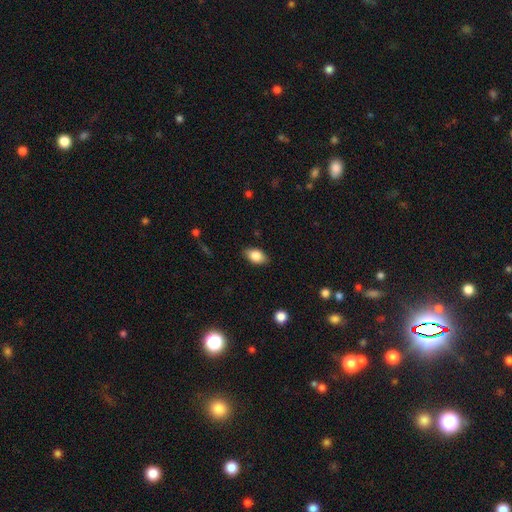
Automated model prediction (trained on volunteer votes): Overall: smooth (82%). How rounded: in between (89%). Merging: none (86%).